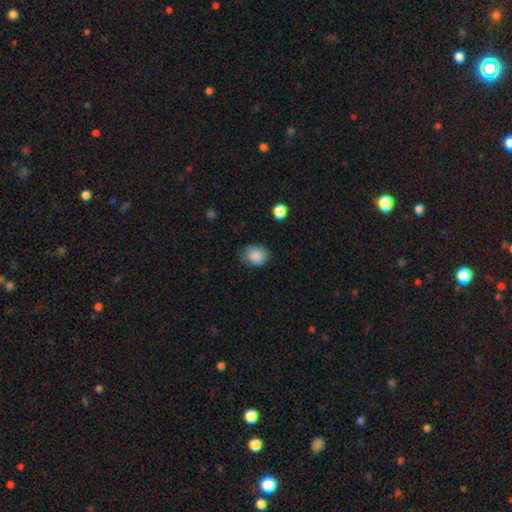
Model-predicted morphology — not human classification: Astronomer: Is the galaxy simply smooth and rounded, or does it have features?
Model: smooth — 87%.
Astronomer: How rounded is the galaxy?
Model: round — 73%.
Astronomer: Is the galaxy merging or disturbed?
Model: none — 72%.